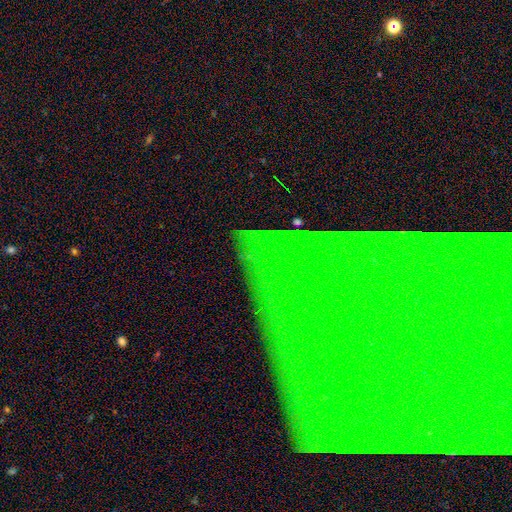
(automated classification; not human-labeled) Overall: star or artifact (77%).